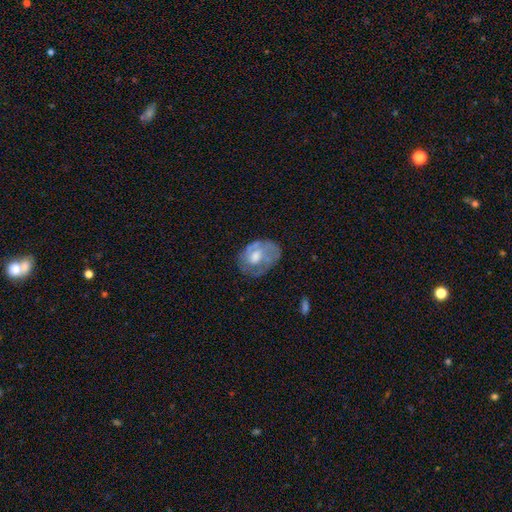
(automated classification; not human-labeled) smooth_or_featured: featured or disk (p=0.52) [alt: smooth p=0.40]
disk_edge_on: no (p=0.96) [alt: yes p=0.04]
merging: none (p=0.51) [alt: minor disturbance p=0.28]